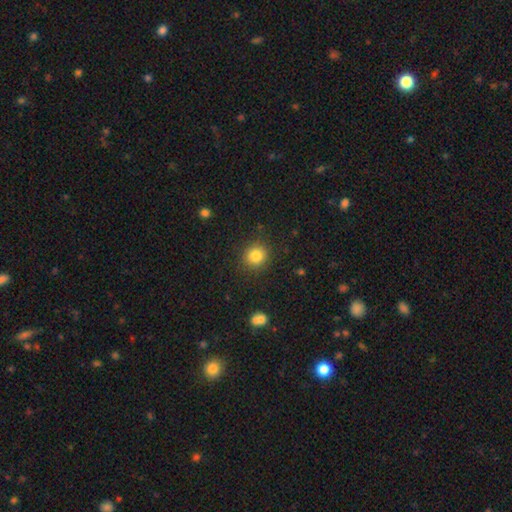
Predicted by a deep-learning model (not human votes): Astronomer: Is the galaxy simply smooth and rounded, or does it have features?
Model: smooth — 83%.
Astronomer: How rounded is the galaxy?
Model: round — 85%.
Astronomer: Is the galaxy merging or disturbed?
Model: none — 88%.